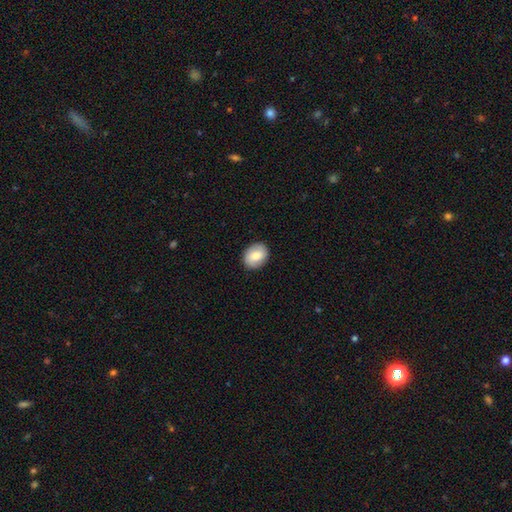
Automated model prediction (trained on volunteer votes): Smooth or featured? Predicted: smooth (p=0.75). How rounded? Predicted: in between (p=0.53). Merging? Predicted: none (p=0.89).